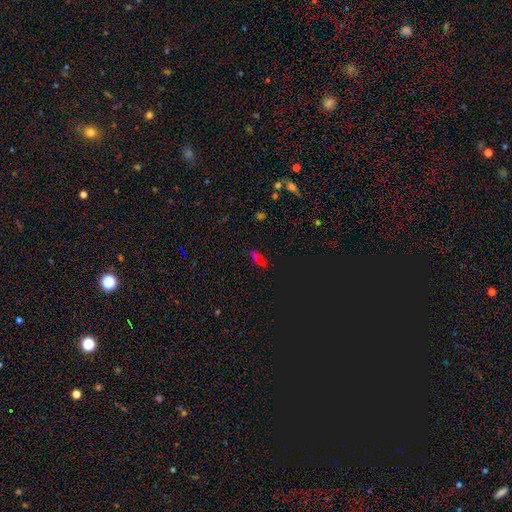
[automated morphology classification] The model was most divided on "smooth or featured": smooth: 48%, star or artifact: 39%, featured or disk: 13%. More confident: merging — none (70%).